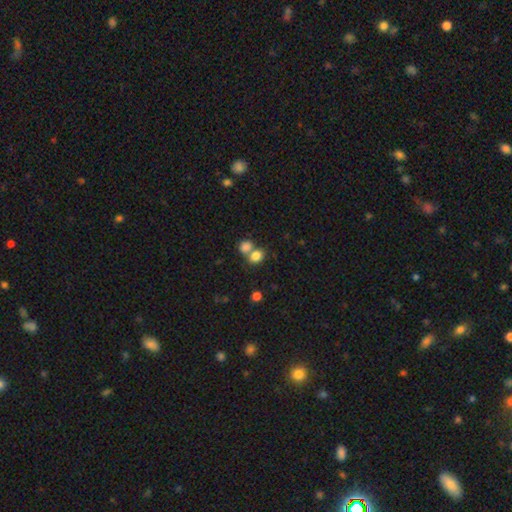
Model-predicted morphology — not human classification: Smooth or featured: smooth — 82% (star or artifact — 11%)
How rounded: round — 51% (in between — 48%)
Merging: merger — 46% (none — 42%)